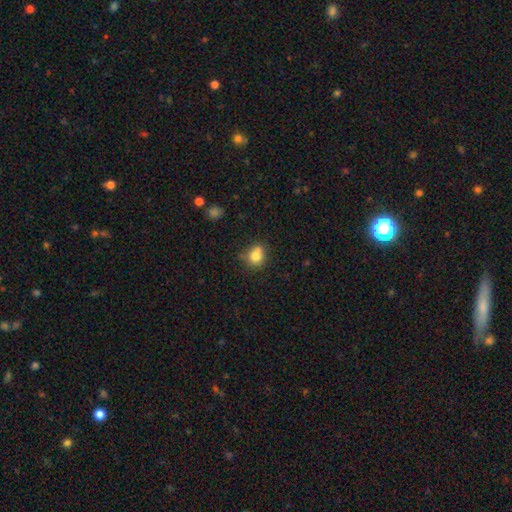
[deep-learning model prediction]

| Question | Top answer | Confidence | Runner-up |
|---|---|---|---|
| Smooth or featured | smooth | 80% | star or artifact (11%) |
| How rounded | round | 75% | in between (24%) |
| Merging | none | 60% | minor disturbance (21%) |